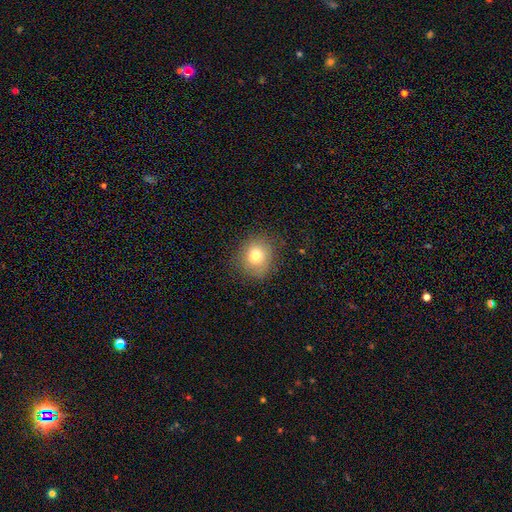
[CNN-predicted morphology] smooth-or-featured: smooth: 76% | featured or disk: 12% | star or artifact: 12%
  how-rounded: round: 74% | in between: 25% | cigar-shaped: 1%
  merging: none: 80% | minor disturbance: 14% | major disturbance: 5% | merger: 1%